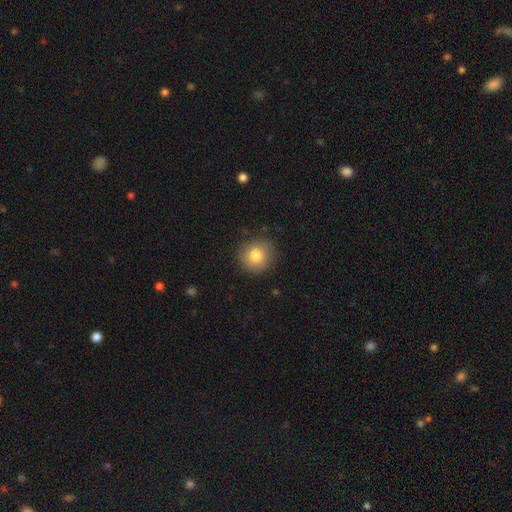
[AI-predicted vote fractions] smooth_or_featured: smooth (p=0.81) [alt: featured or disk p=0.10]
how_rounded: round (p=0.91) [alt: in between p=0.08]
merging: none (p=0.86) [alt: minor disturbance p=0.10]